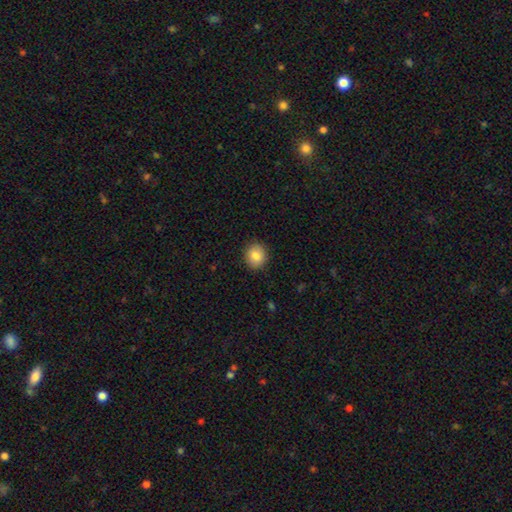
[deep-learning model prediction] Smooth or featured: smooth — 85% (star or artifact — 9%)
How rounded: round — 71% (in between — 28%)
Merging: none — 90% (minor disturbance — 7%)